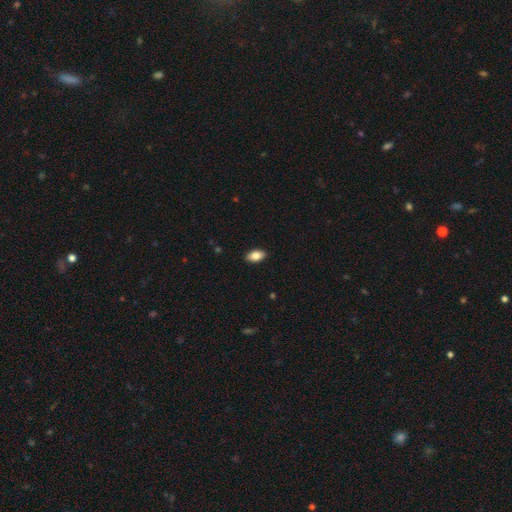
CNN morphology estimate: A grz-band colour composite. It shows a smooth galaxy with no disk features (85%) that is in between round and cigar-shaped (92%). Merging: none (90%).